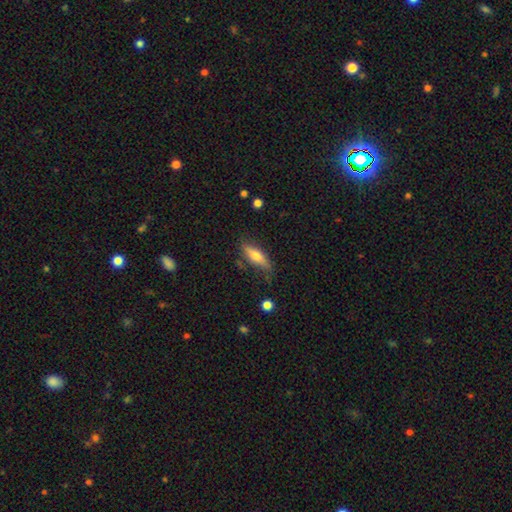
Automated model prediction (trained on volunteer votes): Smooth or featured: smooth — 57% (featured or disk — 37%)
How rounded: cigar-shaped — 55% (in between — 42%)
Merging: none — 68% (minor disturbance — 23%)